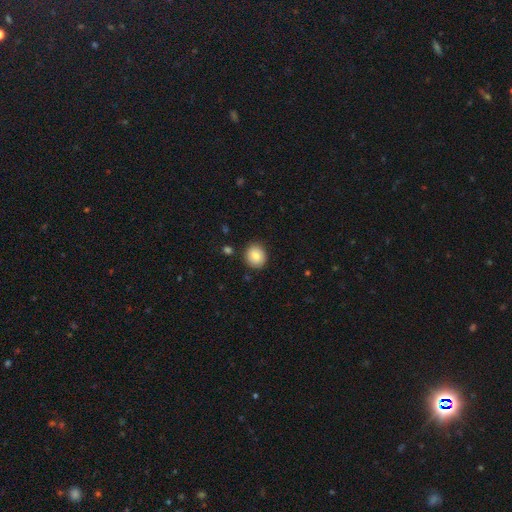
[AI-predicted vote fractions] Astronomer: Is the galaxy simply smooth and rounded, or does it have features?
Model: smooth — 81%.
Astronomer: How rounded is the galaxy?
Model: round — 76%.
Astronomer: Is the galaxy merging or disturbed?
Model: none — 87%.